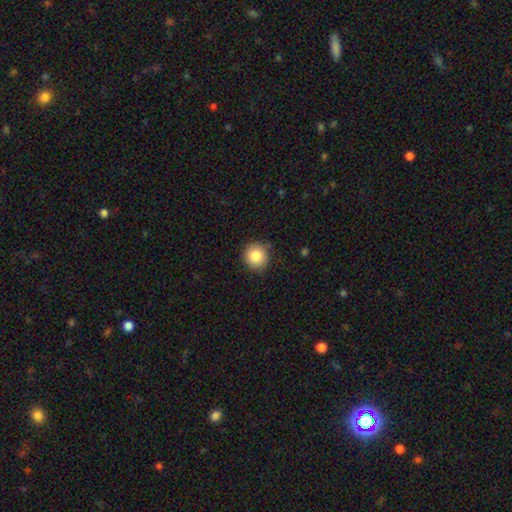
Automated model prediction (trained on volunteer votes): Q: Smooth or featured?
A: smooth (84%); runner-up: star or artifact (9%)
Q: How rounded?
A: round (91%); runner-up: in between (8%)
Q: Merging?
A: none (86%); runner-up: minor disturbance (10%)